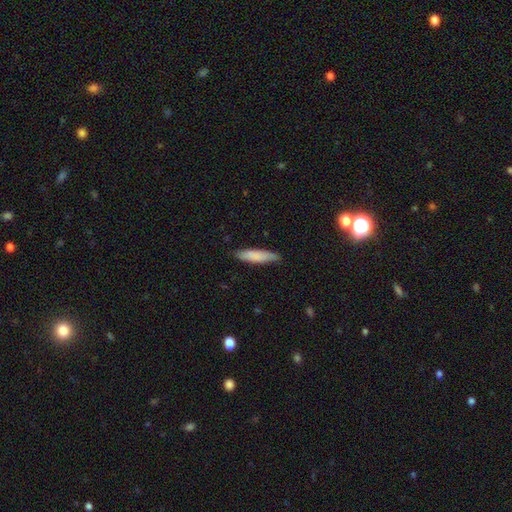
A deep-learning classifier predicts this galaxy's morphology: This appears to be a smooth galaxy with no disk features (79%) that is cigar-shaped (74%). Merging: none (81%).